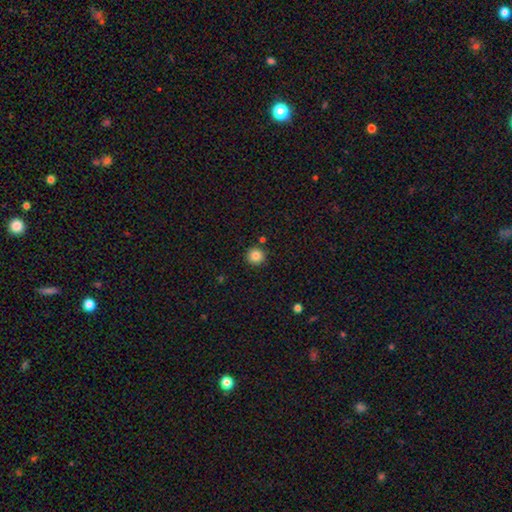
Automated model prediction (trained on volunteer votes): Morphology: type=smooth (85%); roundness=round (95%); merging=none (89%).